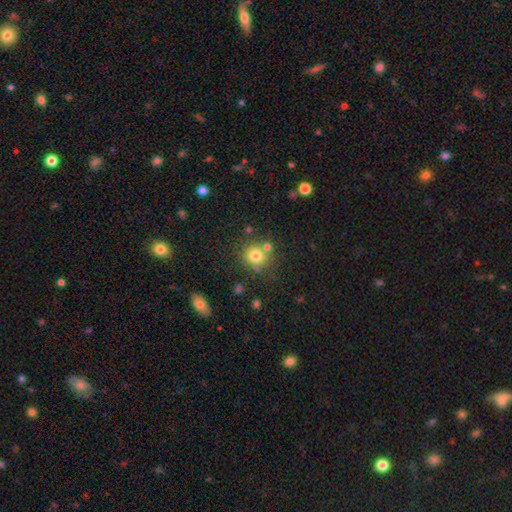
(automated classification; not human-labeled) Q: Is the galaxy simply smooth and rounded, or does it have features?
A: smooth — 77%.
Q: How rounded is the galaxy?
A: round — 84%.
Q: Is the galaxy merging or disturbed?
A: none — 66%.